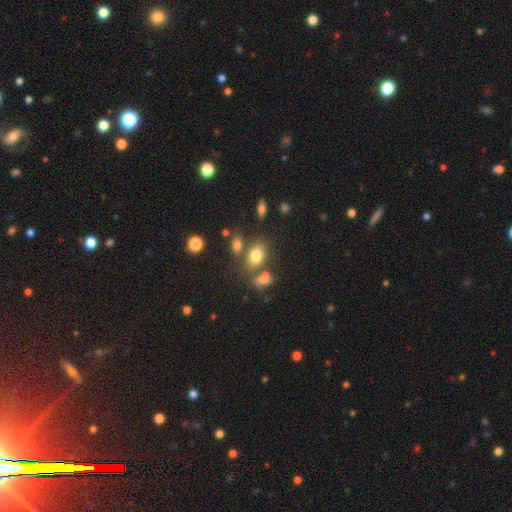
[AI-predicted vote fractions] smooth-or-featured: smooth: 77% | star or artifact: 13% | featured or disk: 11%
  how-rounded: in between: 78% | round: 20% | cigar-shaped: 2%
  merging: none: 60% | merger: 20% | minor disturbance: 14% | major disturbance: 6%